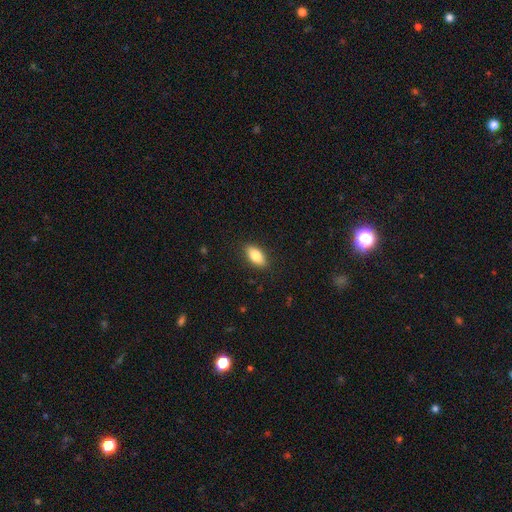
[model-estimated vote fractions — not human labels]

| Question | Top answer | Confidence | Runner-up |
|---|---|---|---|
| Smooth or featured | smooth | 82% | featured or disk (11%) |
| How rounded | in between | 89% | cigar-shaped (8%) |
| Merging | none | 88% | minor disturbance (9%) |